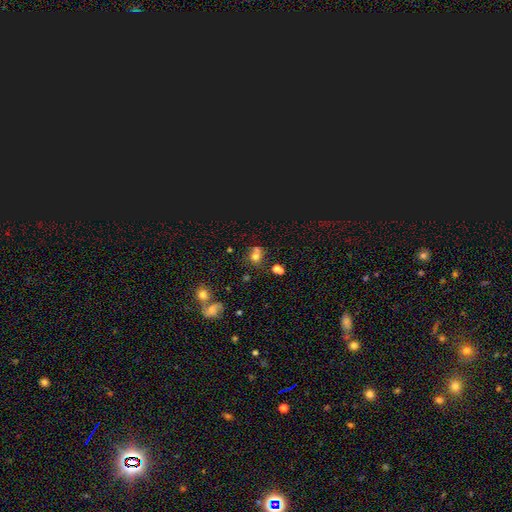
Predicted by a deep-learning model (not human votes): smooth 63%, star or artifact 25%, featured or disk 12%. Down the decision tree: how rounded — round (73%); merging — none (52%).